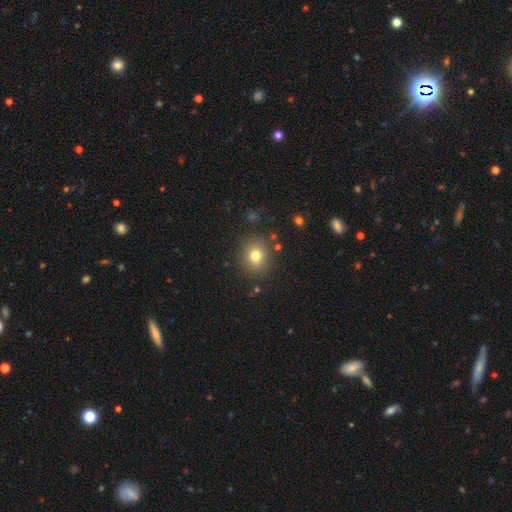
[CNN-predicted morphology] Overall: smooth (77%). How rounded: round (78%). Merging: none (86%).